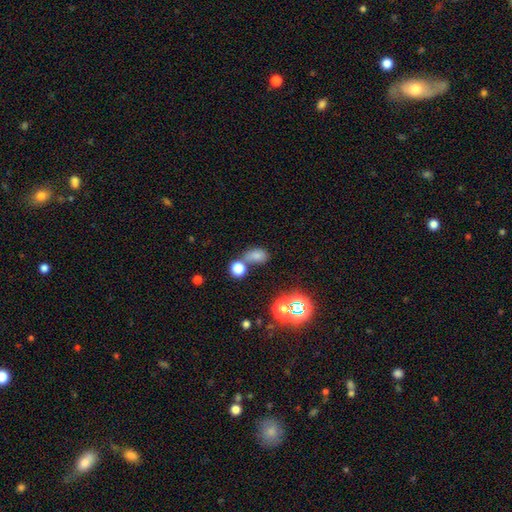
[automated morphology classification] Smooth or featured? Predicted: smooth (p=0.70). How rounded? Predicted: in between (p=0.73). Merging? Predicted: none (p=0.47).